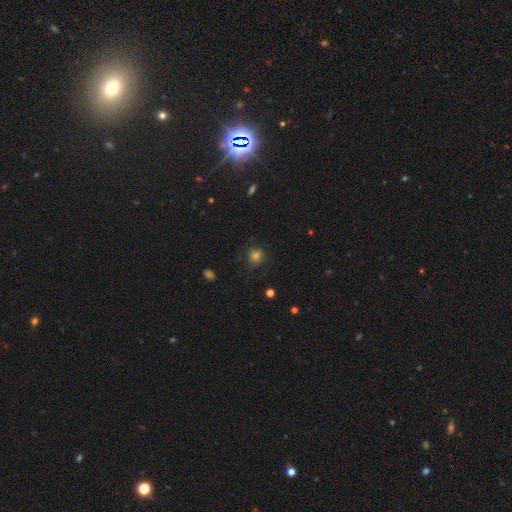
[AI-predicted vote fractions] This appears to be a smooth galaxy with no disk features (69%) that is round (88%). Merging: none (76%).